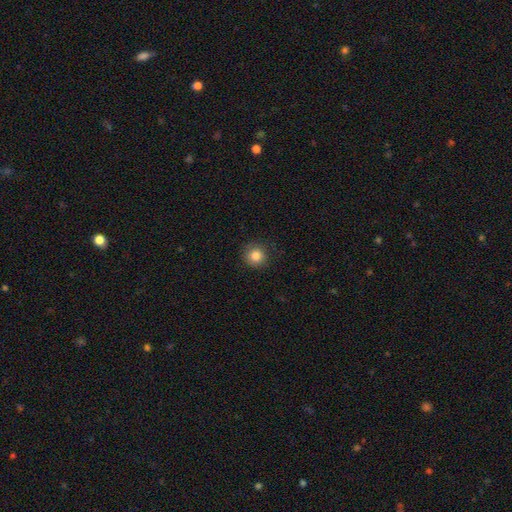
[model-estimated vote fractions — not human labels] Smooth or featured: smooth — 84% (star or artifact — 10%)
How rounded: round — 93% (in between — 6%)
Merging: none — 86% (minor disturbance — 10%)